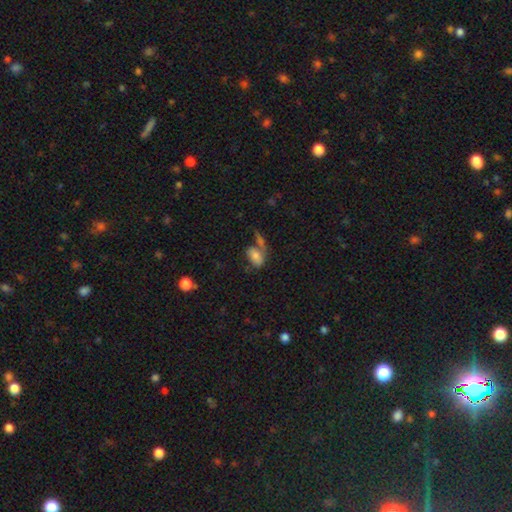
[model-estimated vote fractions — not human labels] Smooth or featured: smooth — 72% (featured or disk — 18%)
How rounded: in between — 89% (round — 8%)
Merging: none — 38% (merger — 34%)